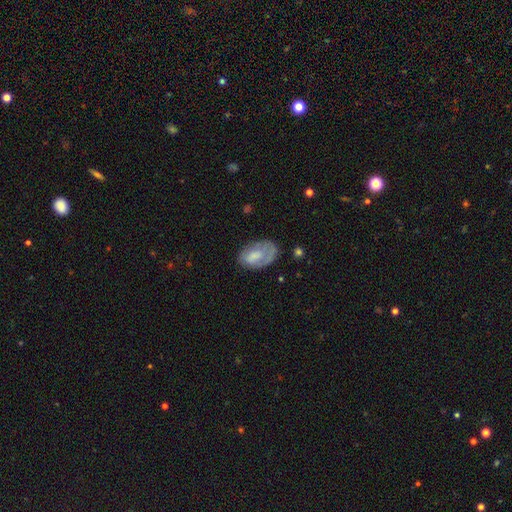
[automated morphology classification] Q: Smooth or featured?
A: smooth (59%); runner-up: featured or disk (34%)
Q: How rounded?
A: in between (91%); runner-up: round (8%)
Q: Merging?
A: none (55%); runner-up: minor disturbance (28%)